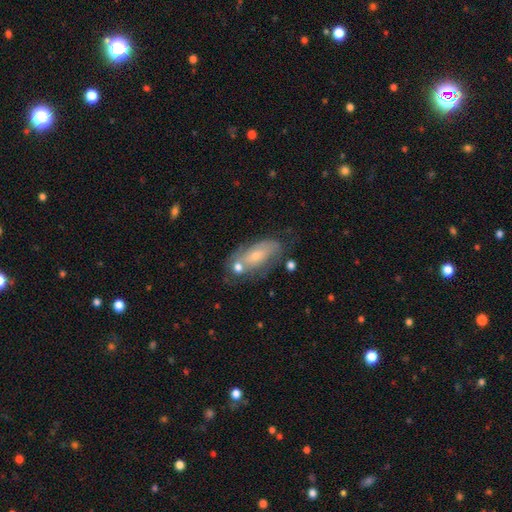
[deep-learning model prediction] The model was most divided on "smooth or featured": featured or disk: 49%, smooth: 44%, star or artifact: 8%. Remaining: merging — none (45%).